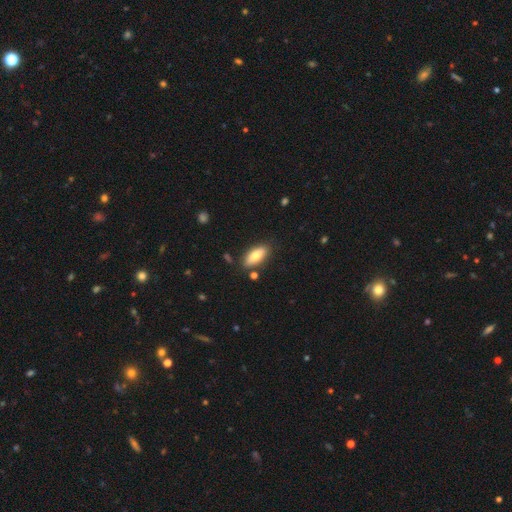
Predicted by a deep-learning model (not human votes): This appears to be a smooth galaxy with no disk features (75%) that is in between round and cigar-shaped (80%). Merging: none (84%).